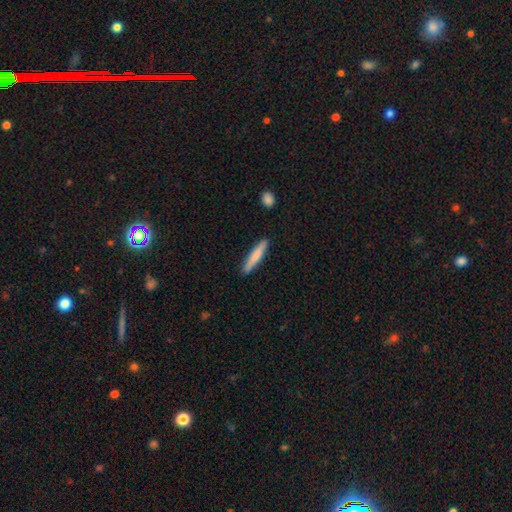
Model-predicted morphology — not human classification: Smooth or featured?
  - smooth: 72% *
  - featured or disk: 23%
  - star or artifact: 5%
How rounded?
  - cigar-shaped: 92% *
  - in between: 7%
  - round: 1%
Merging?
  - none: 89% *
  - minor disturbance: 8%
  - major disturbance: 2%
  - merger: 2%